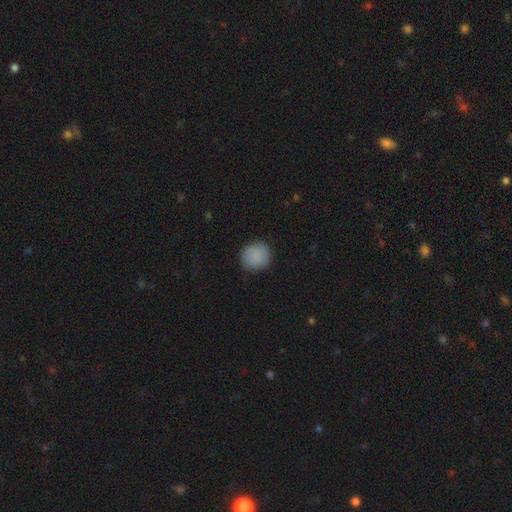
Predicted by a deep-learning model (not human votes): This appears to be a smooth galaxy with no disk features (87%) that is round (88%). Merging: none (85%).